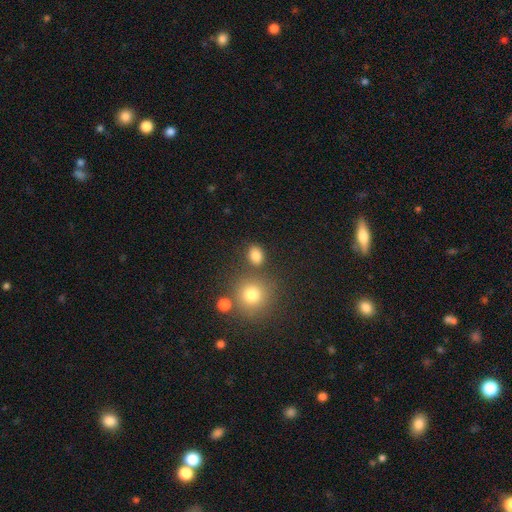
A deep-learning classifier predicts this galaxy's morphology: smooth-or-featured: smooth: 82% | star or artifact: 13% | featured or disk: 5%
  how-rounded: in between: 57% | round: 41% | cigar-shaped: 1%
  merging: none: 77% | minor disturbance: 11% | merger: 8% | major disturbance: 4%